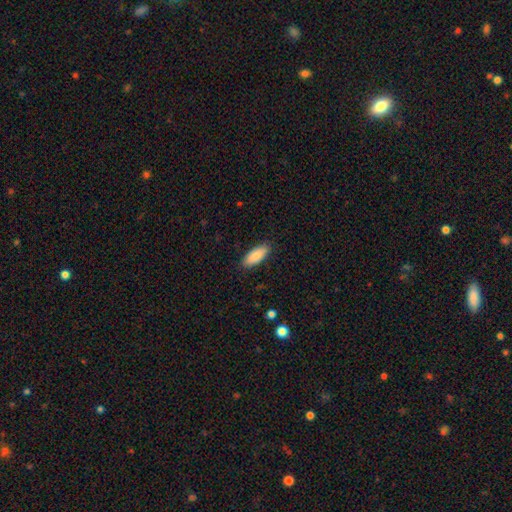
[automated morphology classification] A smooth galaxy with no disk features (86%) that is in between round and cigar-shaped (84%).

Vote fractions:
- Smooth or featured? smooth: 86% / featured or disk: 7% / star or artifact: 6%
- How rounded? in between: 84% / cigar-shaped: 15% / round: 2%
- Merging? none: 87% / minor disturbance: 10% / major disturbance: 2% / merger: 1%